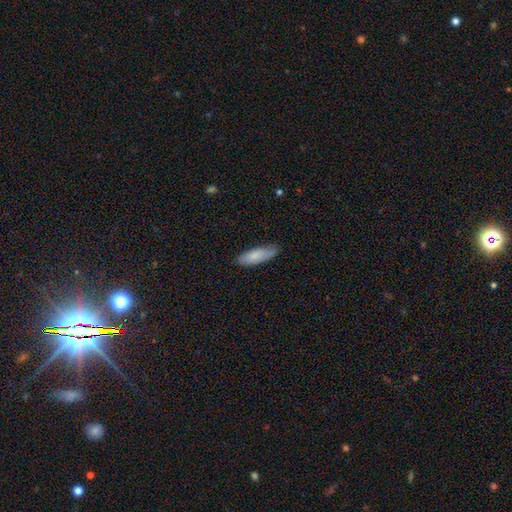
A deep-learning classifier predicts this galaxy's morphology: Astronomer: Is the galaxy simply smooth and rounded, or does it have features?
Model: smooth — 82%.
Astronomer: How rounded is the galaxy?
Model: in between — 56% (runner-up: cigar-shaped, 43%).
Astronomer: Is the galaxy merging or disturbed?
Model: none — 78%.